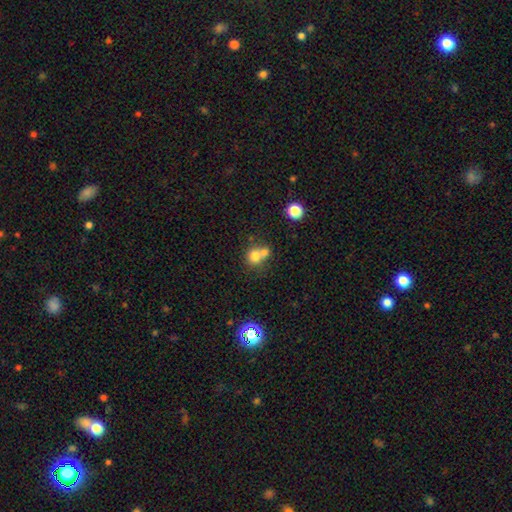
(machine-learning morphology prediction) smooth-or-featured: smooth: 74% | featured or disk: 13% | star or artifact: 13%
  how-rounded: round: 82% | in between: 18% | cigar-shaped: 1%
  merging: merger: 53% | none: 37% | minor disturbance: 7% | major disturbance: 3%